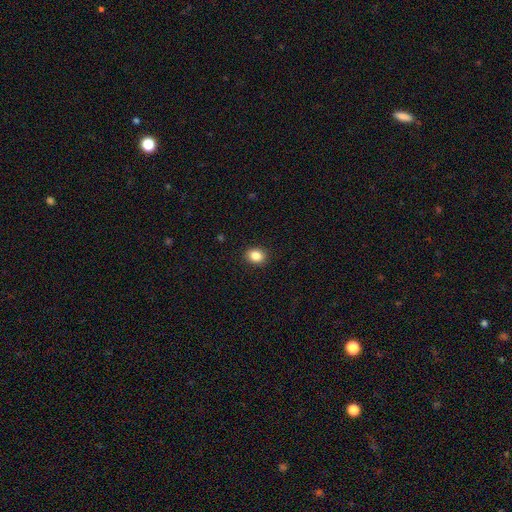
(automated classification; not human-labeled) smooth_or_featured: smooth (p=0.86) [alt: star or artifact p=0.10]
how_rounded: round (p=0.54) [alt: in between p=0.45]
merging: none (p=0.91) [alt: minor disturbance p=0.07]